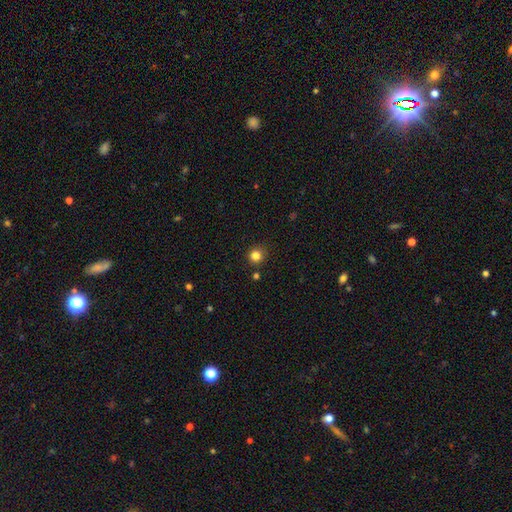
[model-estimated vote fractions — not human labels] Smooth or featured? Predicted: smooth (p=0.82). How rounded? Predicted: round (p=0.91). Merging? Predicted: none (p=0.87).